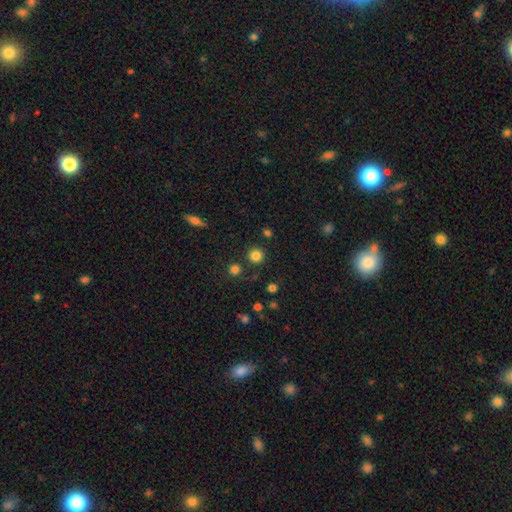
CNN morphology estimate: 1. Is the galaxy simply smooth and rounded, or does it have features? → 82% smooth, 13% star or artifact, 5% featured or disk.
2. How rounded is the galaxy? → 94% round, 5% in between, 1% cigar-shaped.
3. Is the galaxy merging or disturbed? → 87% none, 6% minor disturbance, 4% merger, 2% major disturbance.